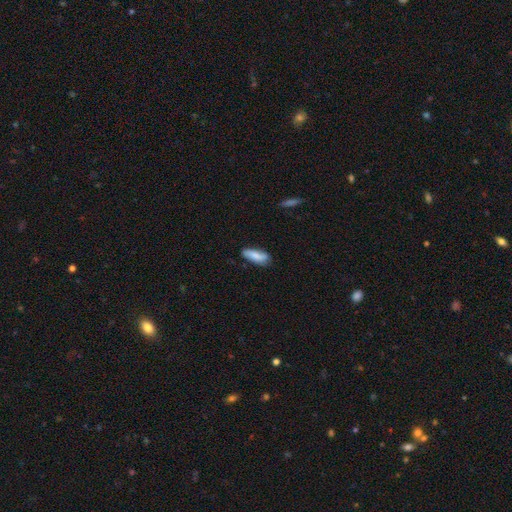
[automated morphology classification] A smooth galaxy with no disk features (80%) that is in between round and cigar-shaped (61%).

Vote fractions:
- Smooth or featured? smooth: 80% / featured or disk: 14% / star or artifact: 6%
- How rounded? in between: 61% / cigar-shaped: 37% / round: 2%
- Merging? none: 77% / minor disturbance: 19% / major disturbance: 3% / merger: 2%